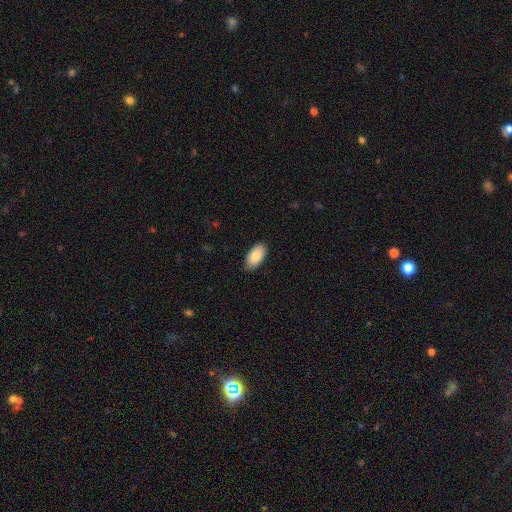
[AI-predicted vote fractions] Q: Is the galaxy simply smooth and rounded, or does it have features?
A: smooth — 85%.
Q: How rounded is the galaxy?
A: in between — 95%.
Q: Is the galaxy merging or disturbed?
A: none — 86%.